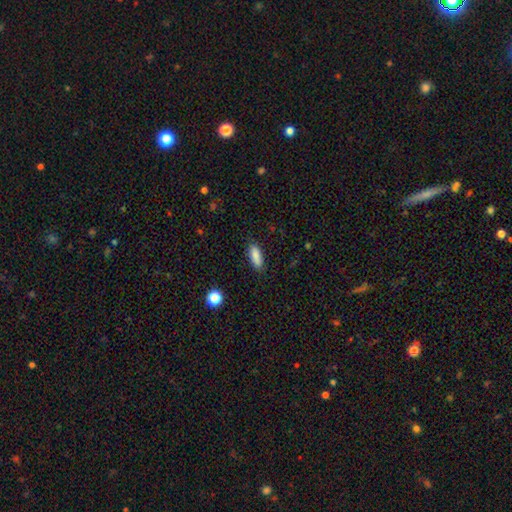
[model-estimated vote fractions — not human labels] A smooth galaxy with no disk features (85%) that is in between round and cigar-shaped (71%).

Vote fractions:
- Smooth or featured? smooth: 85% / star or artifact: 8% / featured or disk: 7%
- How rounded? in between: 71% / cigar-shaped: 26% / round: 3%
- Merging? none: 85% / minor disturbance: 11% / major disturbance: 2% / merger: 1%